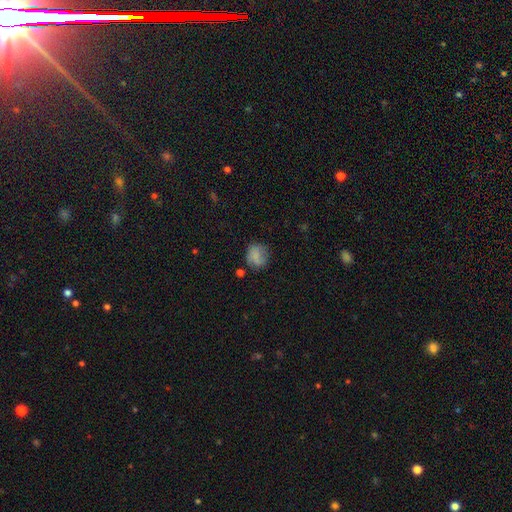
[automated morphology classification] smooth 73%, featured or disk 16%, star or artifact 10%. Down the decision tree: how rounded — round (76%); merging — none (61%).